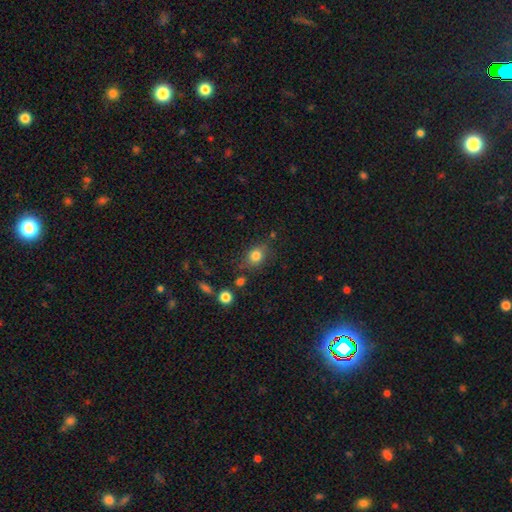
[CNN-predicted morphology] smooth_or_featured: smooth (p=0.81) [alt: star or artifact p=0.11]
how_rounded: round (p=0.51) [alt: in between p=0.48]
merging: none (p=0.72) [alt: minor disturbance p=0.18]